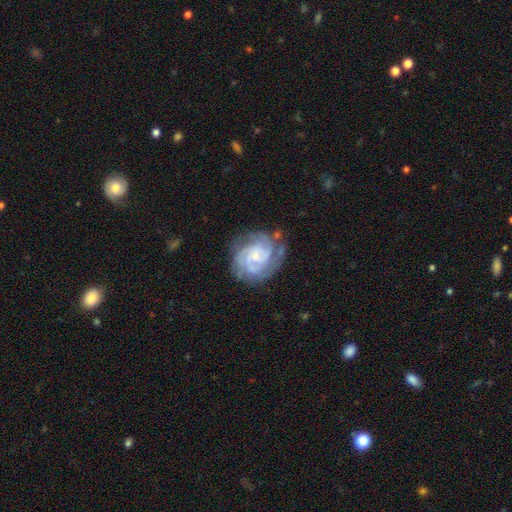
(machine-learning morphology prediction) smooth_or_featured: featured or disk (p=0.88) [alt: smooth p=0.07]
disk_edge_on: no (p=0.98) [alt: yes p=0.02]
bar: no (p=0.67) [alt: weak p=0.28]
has_spiral_arms: yes (p=0.97) [alt: no p=0.03]
spiral_winding: tight (p=0.67) [alt: medium p=0.29]
spiral_arm_count: 3 (p=0.33) [alt: 2 p=0.24]
bulge_size: small (p=0.74) [alt: moderate p=0.22]
merging: none (p=0.71) [alt: minor disturbance p=0.19]